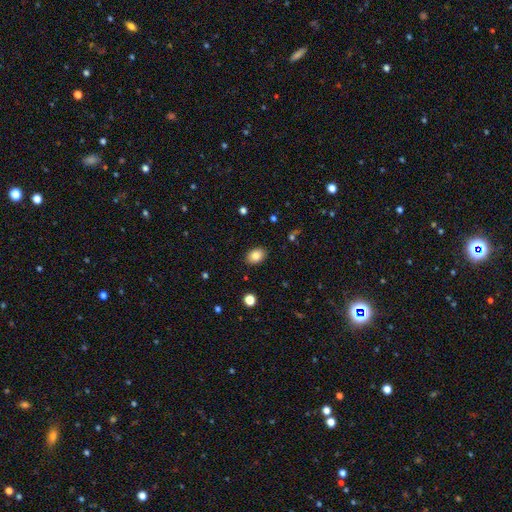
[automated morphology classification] smooth_or_featured: smooth (p=0.84) [alt: star or artifact p=0.09]
how_rounded: in between (p=0.77) [alt: round p=0.22]
merging: none (p=0.88) [alt: minor disturbance p=0.08]